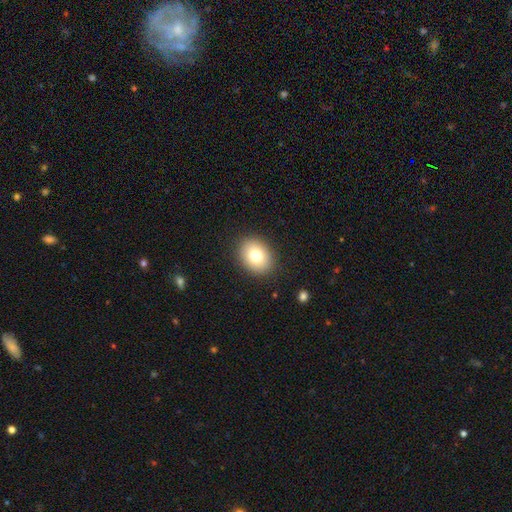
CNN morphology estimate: This appears to be a smooth galaxy with no disk features (79%) that is in between round and cigar-shaped (60%). Merging: none (89%).